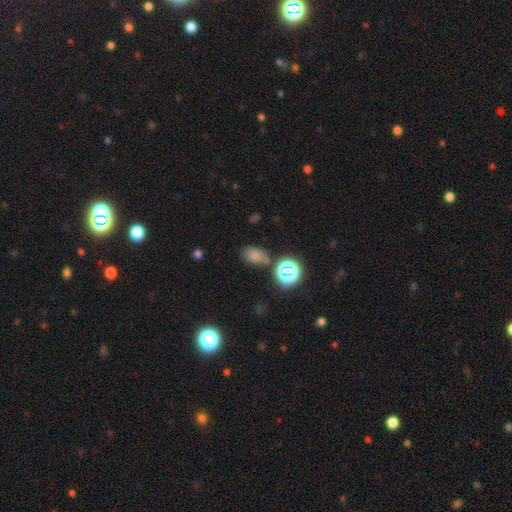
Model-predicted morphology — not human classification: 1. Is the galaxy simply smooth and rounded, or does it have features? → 70% smooth, 22% star or artifact, 8% featured or disk.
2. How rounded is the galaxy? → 78% in between, 21% round, 1% cigar-shaped.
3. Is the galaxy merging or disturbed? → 65% none, 19% minor disturbance, 10% merger, 6% major disturbance.